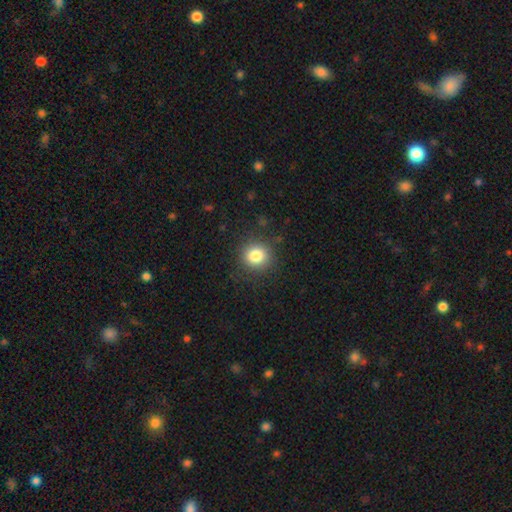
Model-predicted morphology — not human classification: Smooth or featured? Predicted: smooth (p=0.82). How rounded? Predicted: round (p=0.88). Merging? Predicted: none (p=0.87).